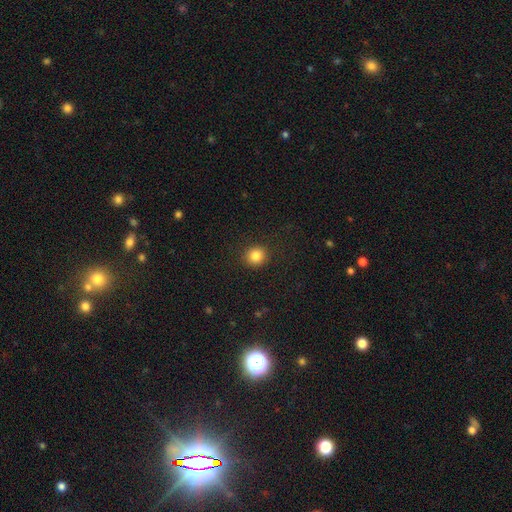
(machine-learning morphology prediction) Smooth or featured?
  - smooth: 84% *
  - star or artifact: 11%
  - featured or disk: 5%
How rounded?
  - round: 90% *
  - in between: 9%
  - cigar-shaped: 1%
Merging?
  - none: 90% *
  - minor disturbance: 6%
  - major disturbance: 2%
  - merger: 1%